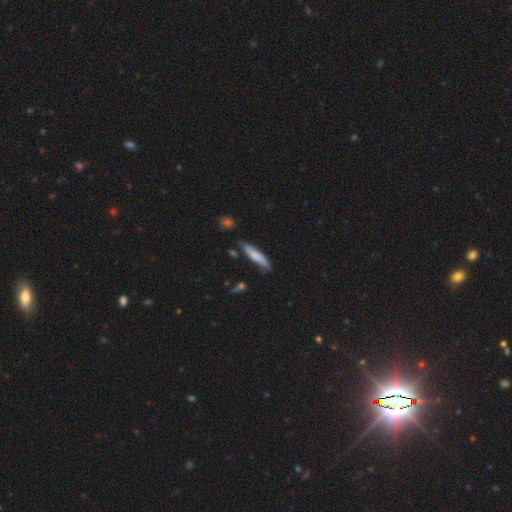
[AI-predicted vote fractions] Smooth or featured?
  - smooth: 69% *
  - featured or disk: 25%
  - star or artifact: 6%
How rounded?
  - cigar-shaped: 80% *
  - in between: 19%
  - round: 2%
Merging?
  - none: 65% *
  - minor disturbance: 25%
  - major disturbance: 5%
  - merger: 5%